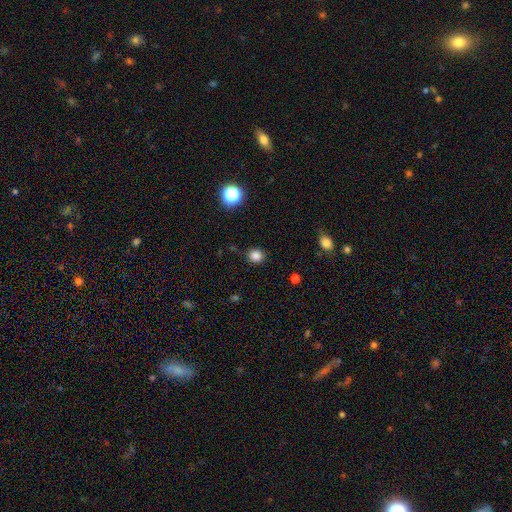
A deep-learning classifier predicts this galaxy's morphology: Smooth or featured? smooth (83%)
How rounded? round (82%)
Merging? none (88%)